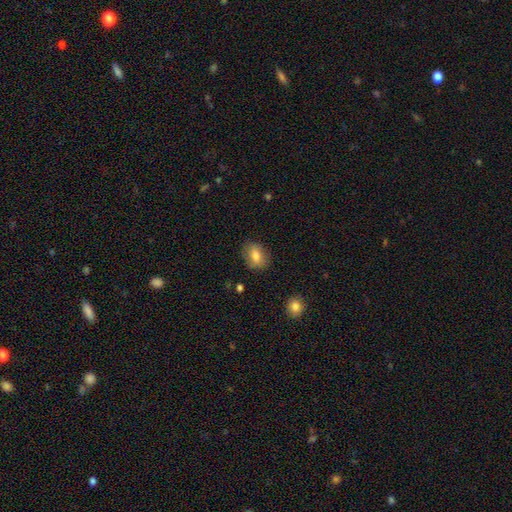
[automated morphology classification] Smooth or featured? Predicted: smooth (p=0.79). How rounded? Predicted: in between (p=0.66). Merging? Predicted: none (p=0.83).